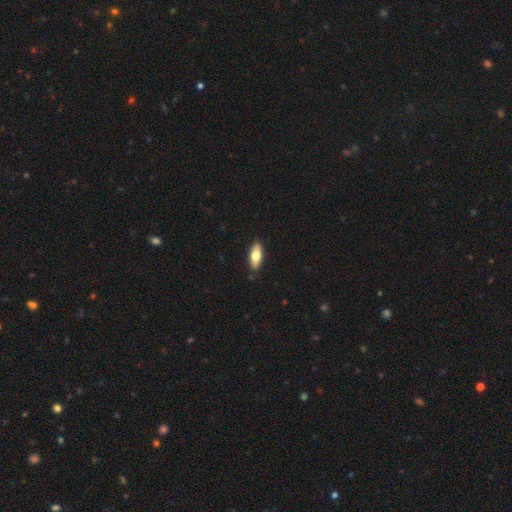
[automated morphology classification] smooth 72%, featured or disk 22%, star or artifact 6%. Down the decision tree: how rounded — in between (76%); merging — none (88%).